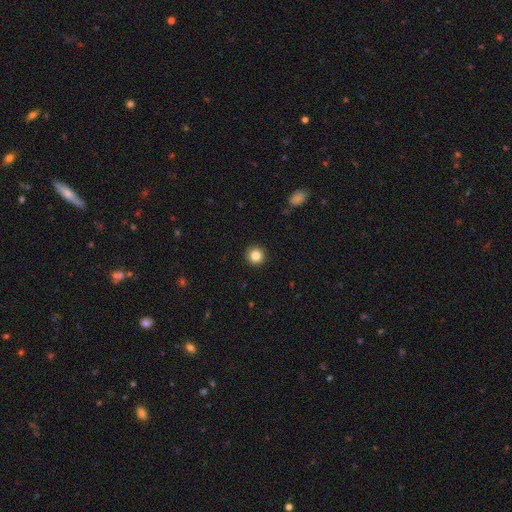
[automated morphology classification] smooth-or-featured: smooth: 84% | star or artifact: 11% | featured or disk: 5%
  how-rounded: round: 95% | in between: 4% | cigar-shaped: 1%
  merging: none: 93% | minor disturbance: 4% | major disturbance: 2% | merger: 1%